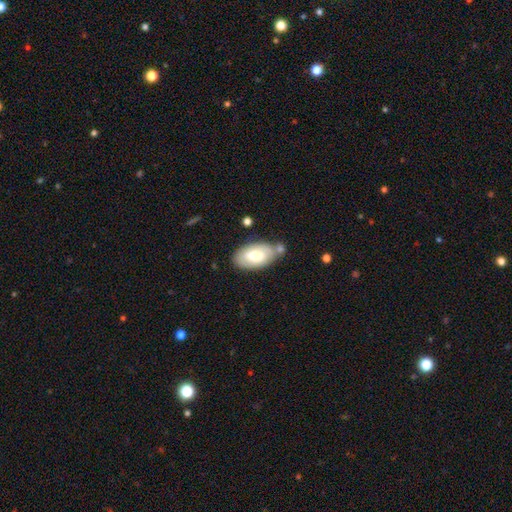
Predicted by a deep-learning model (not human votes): The model was most divided on "smooth or featured": smooth: 68%, featured or disk: 27%, star or artifact: 6%. More confident: how rounded — in between (95%); merging — none (63%).